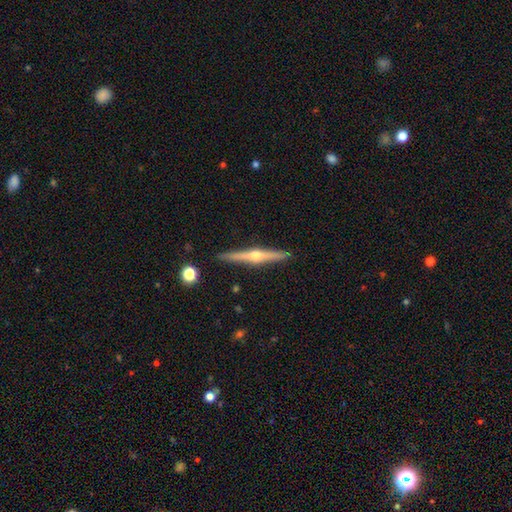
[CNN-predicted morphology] Q: Smooth or featured?
A: featured or disk (81%); runner-up: smooth (14%)
Q: Edge-on disk?
A: yes (98%); runner-up: no (2%)
Q: Edge-on bulge?
A: rounded (94%); runner-up: none (4%)
Q: Merging?
A: none (92%); runner-up: minor disturbance (6%)